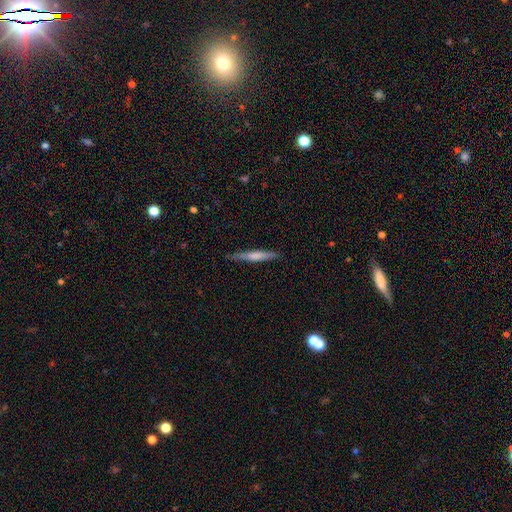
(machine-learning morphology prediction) Smooth or featured? Predicted: smooth (p=0.61). How rounded? Predicted: cigar-shaped (p=0.94). Merging? Predicted: none (p=0.83).